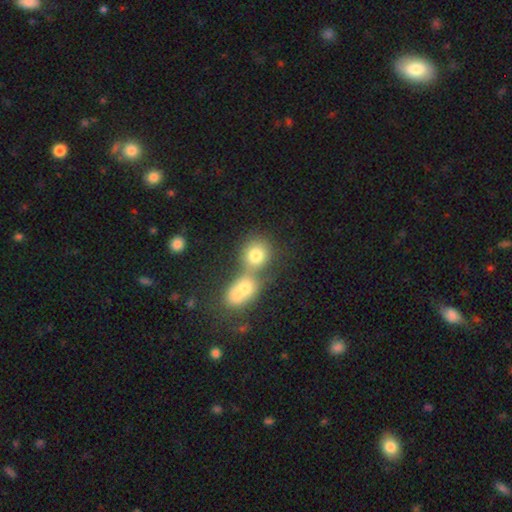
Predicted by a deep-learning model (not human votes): Smooth or featured?
  - smooth: 77% *
  - featured or disk: 12%
  - star or artifact: 11%
How rounded?
  - round: 71% *
  - in between: 27%
  - cigar-shaped: 2%
Merging?
  - merger: 51% *
  - none: 37%
  - minor disturbance: 8%
  - major disturbance: 4%